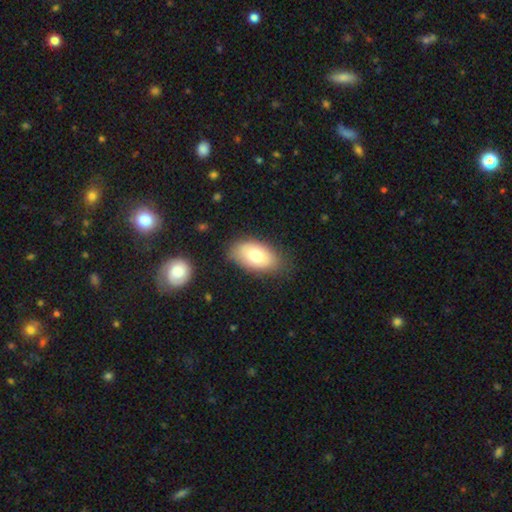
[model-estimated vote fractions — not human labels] Smooth or featured? Predicted: smooth (p=0.74). How rounded? Predicted: in between (p=0.93). Merging? Predicted: none (p=0.78).